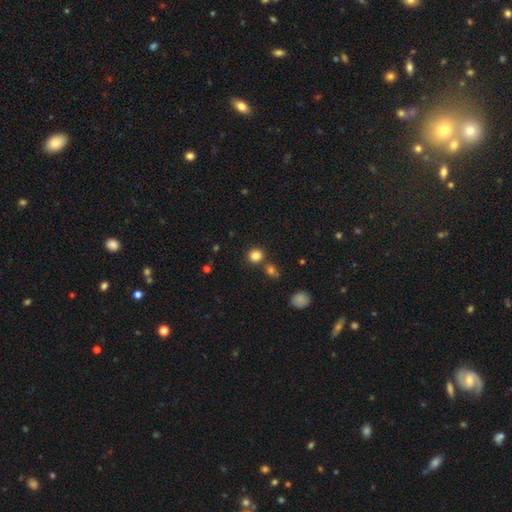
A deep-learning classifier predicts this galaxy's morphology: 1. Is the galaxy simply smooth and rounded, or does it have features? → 82% smooth, 13% star or artifact, 5% featured or disk.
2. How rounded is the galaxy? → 88% round, 11% in between, 1% cigar-shaped.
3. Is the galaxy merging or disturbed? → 76% none, 13% merger, 8% minor disturbance, 3% major disturbance.